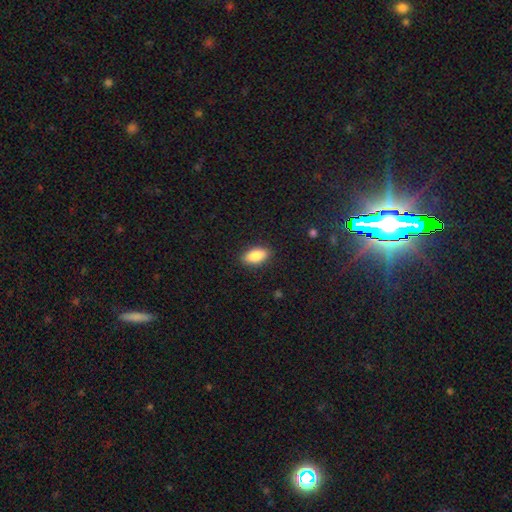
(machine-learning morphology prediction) Smooth or featured: smooth — 87% (star or artifact — 7%)
How rounded: in between — 89% (cigar-shaped — 8%)
Merging: none — 88% (minor disturbance — 9%)